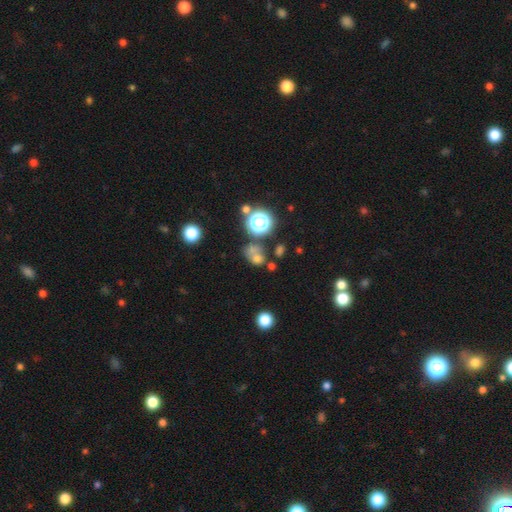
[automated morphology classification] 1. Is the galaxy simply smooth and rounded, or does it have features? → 63% smooth, 23% star or artifact, 13% featured or disk.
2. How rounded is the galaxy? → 59% round, 39% in between, 2% cigar-shaped.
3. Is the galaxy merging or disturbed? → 43% none, 30% merger, 16% minor disturbance, 11% major disturbance.